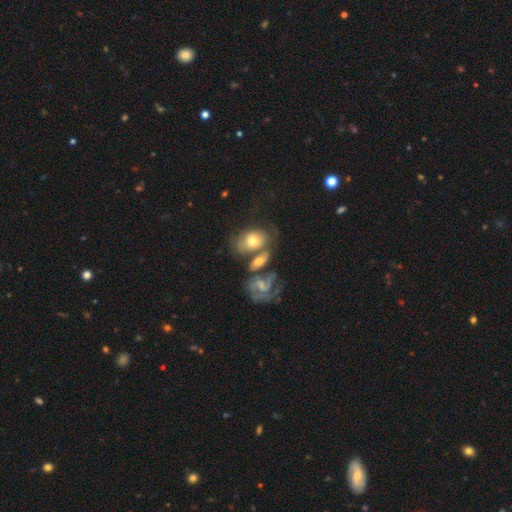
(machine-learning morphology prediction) This is possibly a featured or disk galaxy (53%). It is clearly not viewed edge-on (93%). Merging: possibly merger (46%).